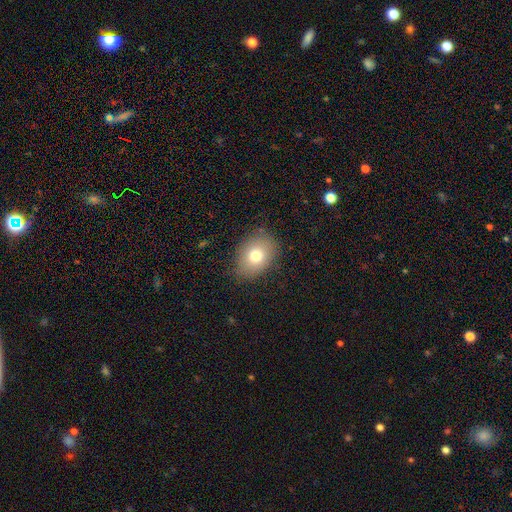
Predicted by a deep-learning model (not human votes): A smooth galaxy with no disk features (74%) that is in between round and cigar-shaped (66%).

Vote fractions:
- Smooth or featured? smooth: 74% / featured or disk: 15% / star or artifact: 11%
- How rounded? in between: 66% / round: 33% / cigar-shaped: 1%
- Merging? none: 80% / minor disturbance: 15% / major disturbance: 4% / merger: 1%